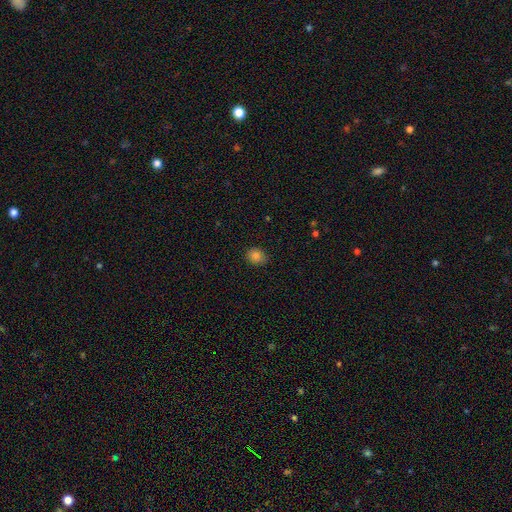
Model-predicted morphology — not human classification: Overall: smooth (83%). How rounded: round (69%; in between 30%). Merging: none (86%).